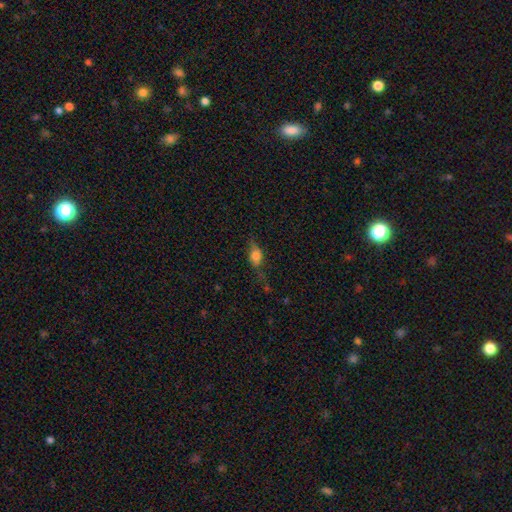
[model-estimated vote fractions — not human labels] smooth-or-featured: smooth: 66% | featured or disk: 23% | star or artifact: 11%
  how-rounded: in between: 74% | round: 16% | cigar-shaped: 10%
  merging: none: 53% | minor disturbance: 29% | major disturbance: 16% | merger: 2%